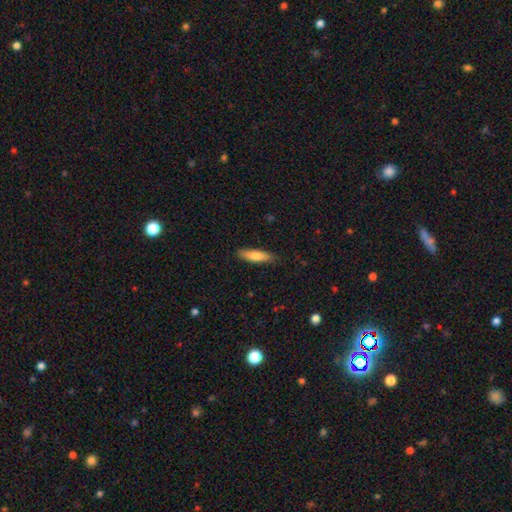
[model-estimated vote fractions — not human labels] Overall: smooth (74%). How rounded: cigar-shaped (64%; in between 34%). Merging: none (85%).